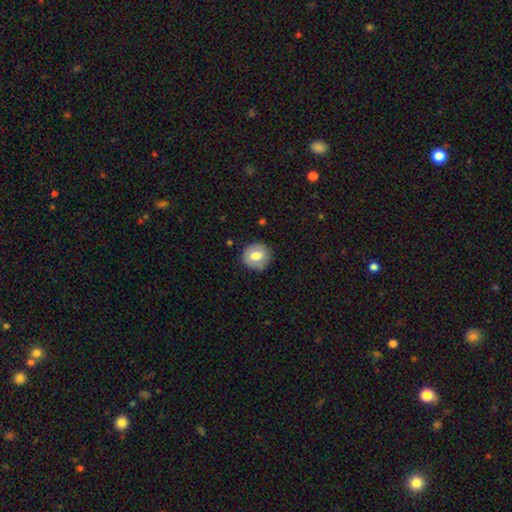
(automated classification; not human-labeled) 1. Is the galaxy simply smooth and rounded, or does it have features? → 69% smooth, 23% featured or disk, 7% star or artifact.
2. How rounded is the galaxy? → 89% round, 10% in between, 1% cigar-shaped.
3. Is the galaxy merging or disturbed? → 83% none, 13% minor disturbance, 3% major disturbance, 1% merger.